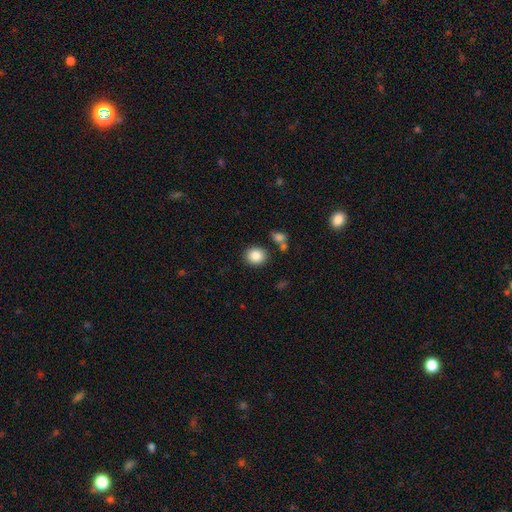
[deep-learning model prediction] smooth-or-featured: smooth: 86% | star or artifact: 9% | featured or disk: 6%
  how-rounded: round: 75% | in between: 24% | cigar-shaped: 1%
  merging: none: 83% | minor disturbance: 9% | merger: 5% | major disturbance: 3%